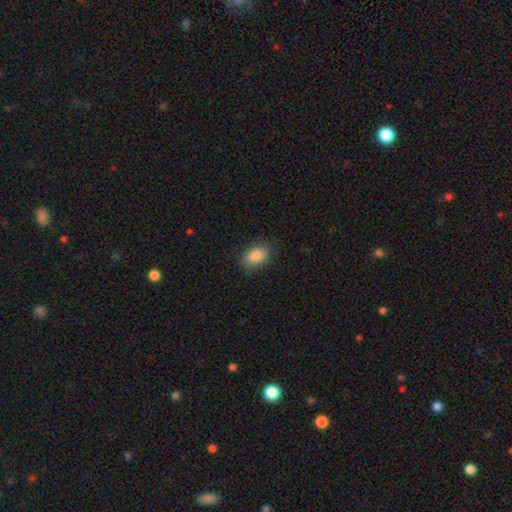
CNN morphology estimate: A smooth galaxy with no disk features (86%) that is in between round and cigar-shaped (84%).

Vote fractions:
- Smooth or featured? smooth: 86% / star or artifact: 8% / featured or disk: 6%
- How rounded? in between: 84% / round: 14% / cigar-shaped: 1%
- Merging? none: 78% / minor disturbance: 17% / major disturbance: 4% / merger: 1%